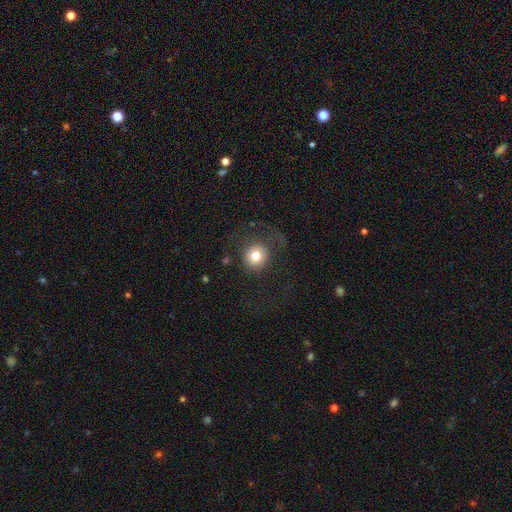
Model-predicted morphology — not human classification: The model was most divided on "merging": none: 71%, major disturbance: 15%, minor disturbance: 12%, merger: 2%. More confident: how rounded — round (91%); smooth or featured — smooth (77%).